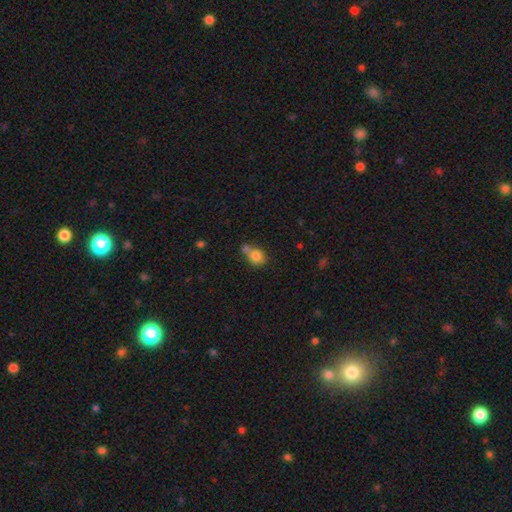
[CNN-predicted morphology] Smooth or featured? smooth (79%)
How rounded? round (59%)
Merging? merger (43%)